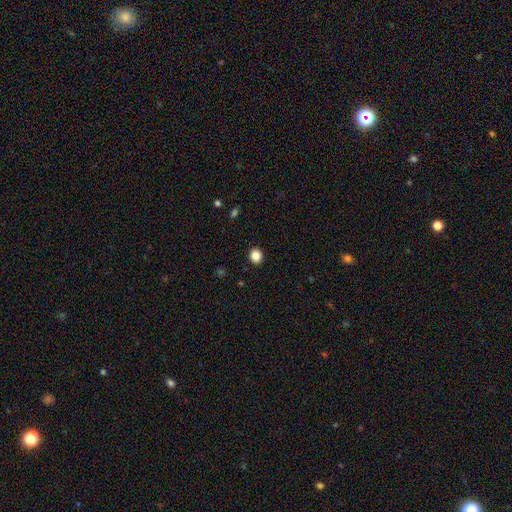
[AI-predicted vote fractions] A smooth galaxy with no disk features (85%) that is round (77%). Merging: none (92%).